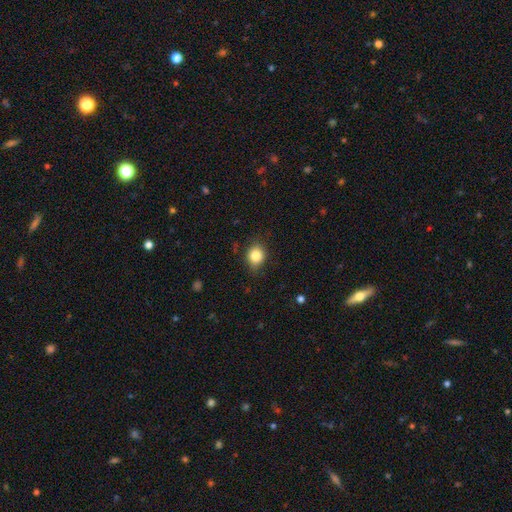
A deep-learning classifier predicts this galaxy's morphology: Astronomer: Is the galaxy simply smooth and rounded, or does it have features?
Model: smooth — 83%.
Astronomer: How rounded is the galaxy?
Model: round — 63%.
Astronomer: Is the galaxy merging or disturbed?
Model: none — 78%.